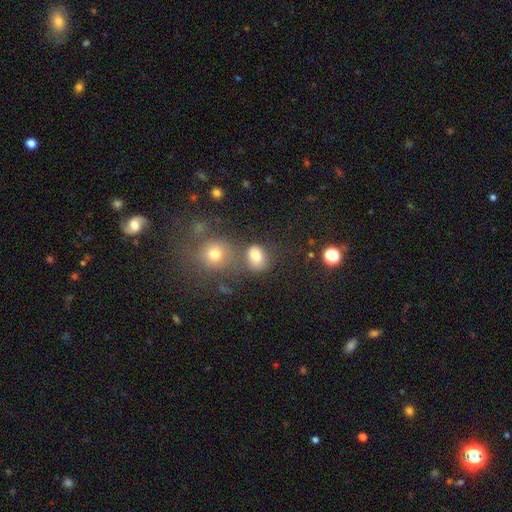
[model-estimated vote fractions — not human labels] Morphology: type=smooth (77%); roundness=round (52%); merging=none (61%).